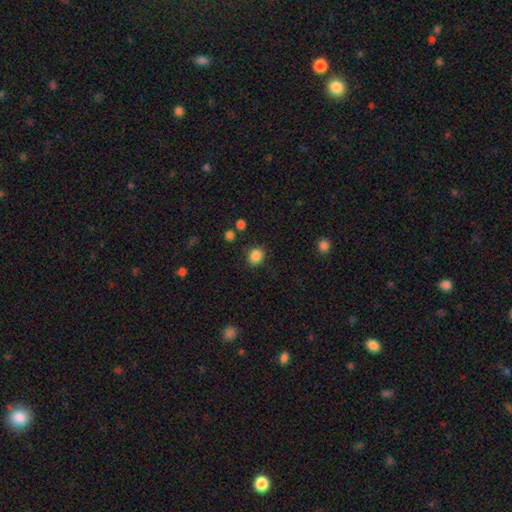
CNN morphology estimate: Q: Smooth or featured?
A: smooth (86%); runner-up: star or artifact (11%)
Q: How rounded?
A: round (68%); runner-up: in between (31%)
Q: Merging?
A: none (86%); runner-up: minor disturbance (9%)